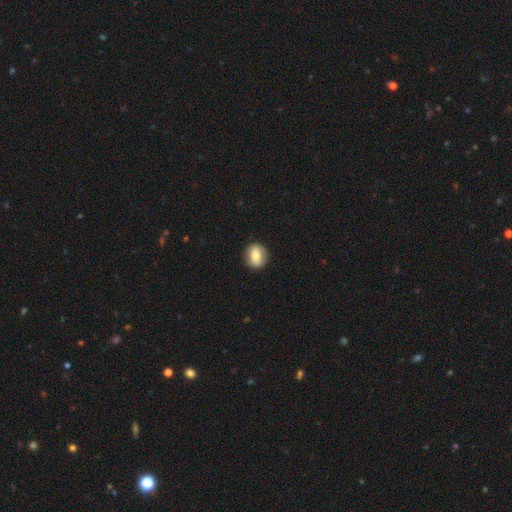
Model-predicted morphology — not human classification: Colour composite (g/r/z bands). It shows a smooth galaxy with no disk features (75%) that is round (65%). Merging: none (88%).